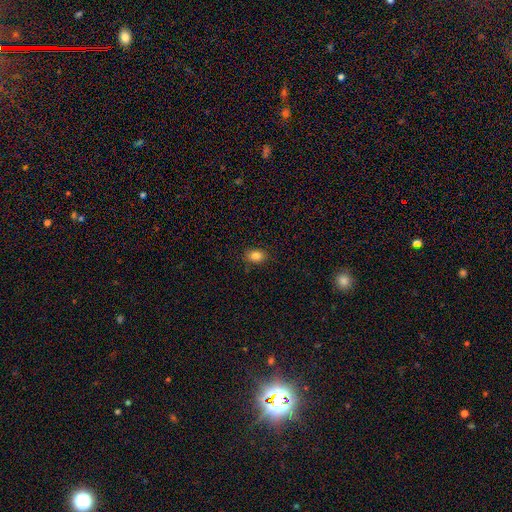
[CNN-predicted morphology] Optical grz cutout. It shows a smooth galaxy with no disk features (84%) that is in between round and cigar-shaped (71%). Merging: none (86%).